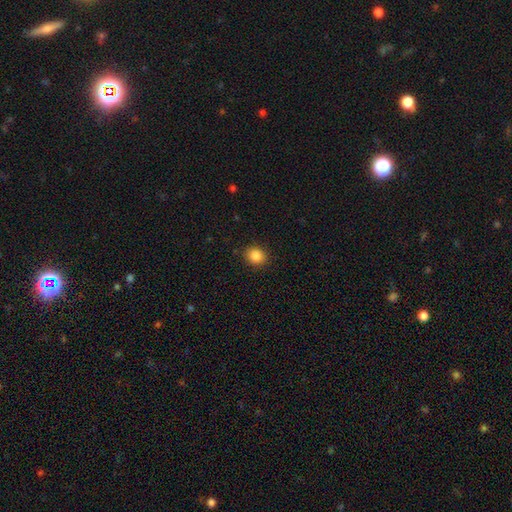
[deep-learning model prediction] Smooth or featured?
  - smooth: 85% *
  - star or artifact: 10%
  - featured or disk: 4%
How rounded?
  - round: 72% *
  - in between: 27%
  - cigar-shaped: 1%
Merging?
  - none: 89% *
  - minor disturbance: 7%
  - major disturbance: 2%
  - merger: 1%